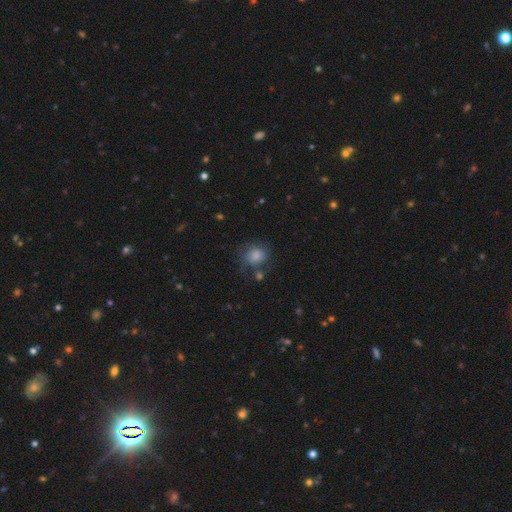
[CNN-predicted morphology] Q: Smooth or featured?
A: smooth (76%); runner-up: featured or disk (14%)
Q: How rounded?
A: round (72%); runner-up: in between (27%)
Q: Merging?
A: none (52%); runner-up: minor disturbance (24%)